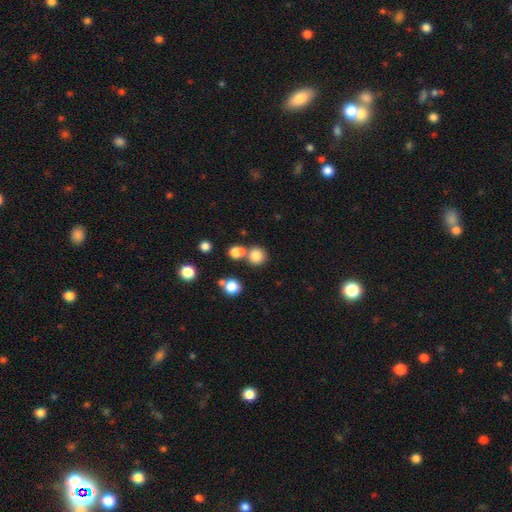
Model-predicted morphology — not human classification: type=smooth (79%); roundness=round (89%); merging=none (61%).